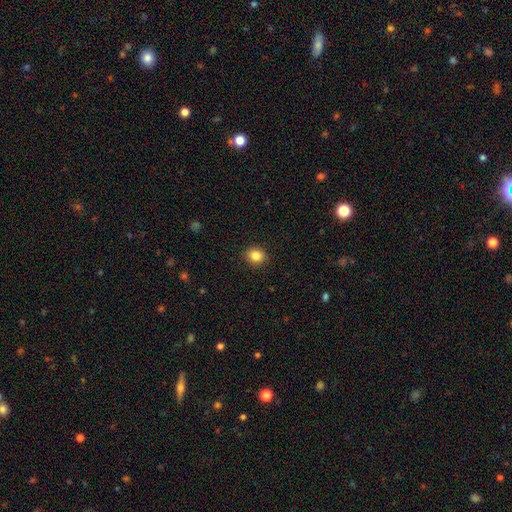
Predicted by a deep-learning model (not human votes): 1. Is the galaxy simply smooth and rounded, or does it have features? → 85% smooth, 10% star or artifact, 5% featured or disk.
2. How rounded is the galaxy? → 69% round, 30% in between, 1% cigar-shaped.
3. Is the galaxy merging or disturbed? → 90% none, 7% minor disturbance, 2% major disturbance, 1% merger.